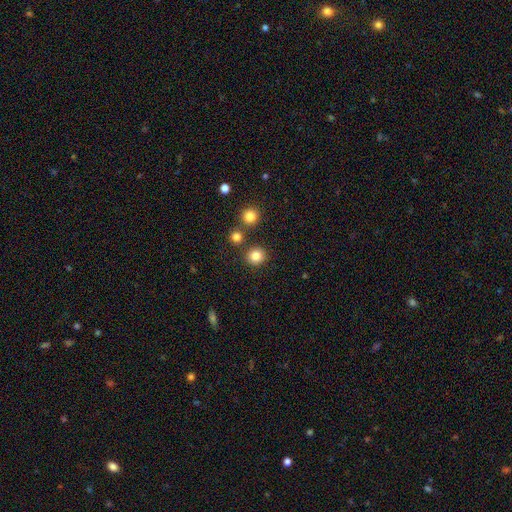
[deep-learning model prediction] smooth_or_featured: smooth (p=0.83) [alt: star or artifact p=0.12]
how_rounded: round (p=0.90) [alt: in between p=0.09]
merging: none (p=0.85) [alt: minor disturbance p=0.06]